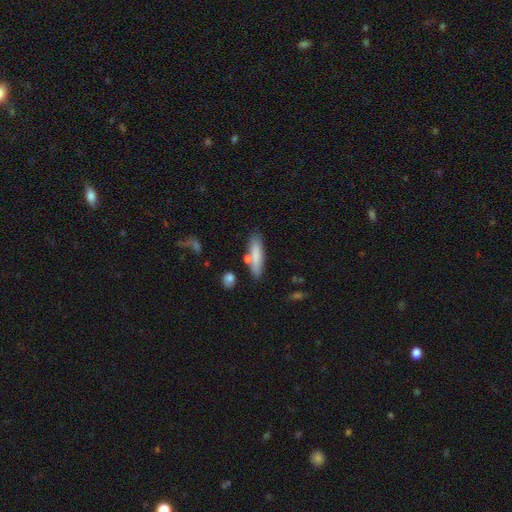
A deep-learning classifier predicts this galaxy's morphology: smooth 79%, featured or disk 14%, star or artifact 7%. Down the decision tree: how rounded — cigar-shaped (65%); merging — none (75%).